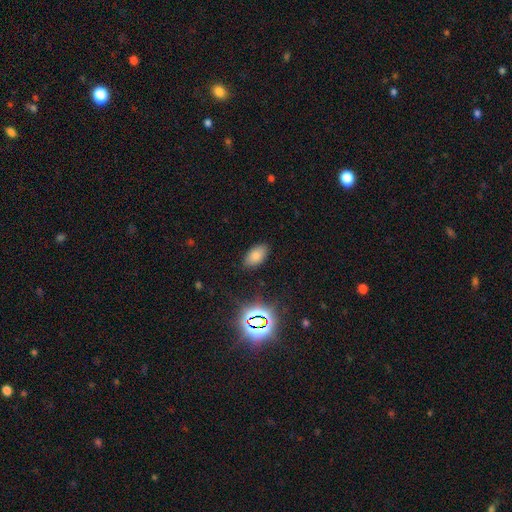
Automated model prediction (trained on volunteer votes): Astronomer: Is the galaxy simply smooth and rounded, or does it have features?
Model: smooth — 68%.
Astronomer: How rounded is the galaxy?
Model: in between — 91%.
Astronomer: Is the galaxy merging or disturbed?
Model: none — 87%.